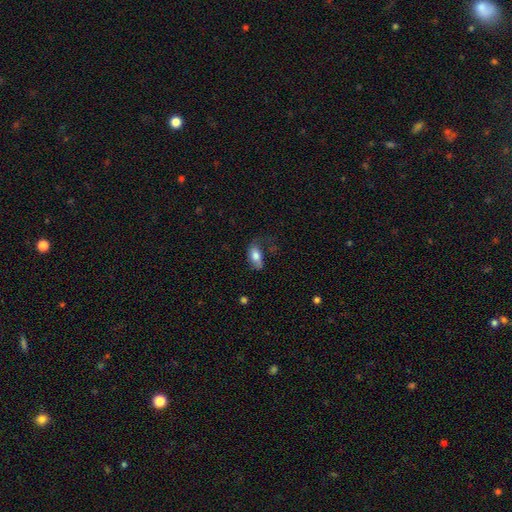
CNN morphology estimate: The model was most divided on "merging": none: 46%, minor disturbance: 29%, major disturbance: 23%, merger: 3%. More confident: how rounded — in between (89%); smooth or featured — smooth (73%).